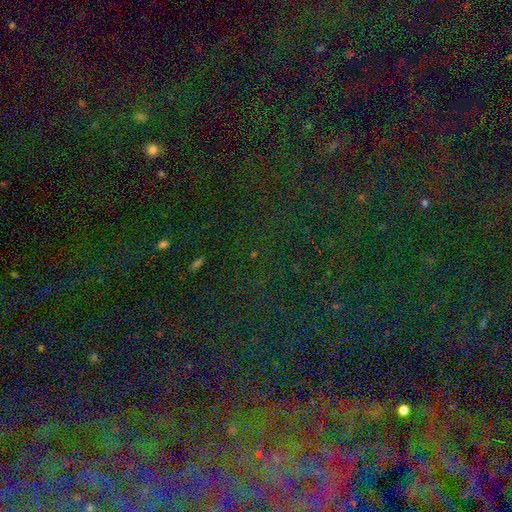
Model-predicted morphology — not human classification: star or artifact 76%, featured or disk 14%, smooth 11%.